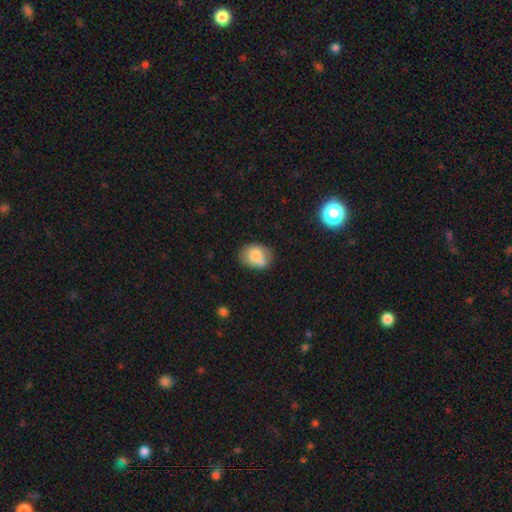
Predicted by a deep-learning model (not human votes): smooth-or-featured: smooth: 76% | featured or disk: 15% | star or artifact: 8%
  how-rounded: in between: 59% | round: 40% | cigar-shaped: 1%
  merging: none: 58% | minor disturbance: 23% | merger: 13% | major disturbance: 6%